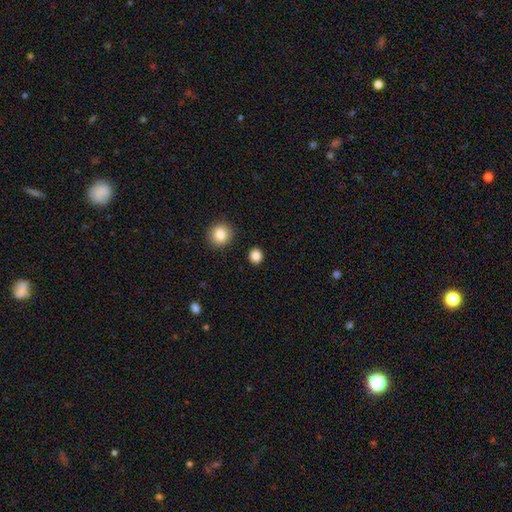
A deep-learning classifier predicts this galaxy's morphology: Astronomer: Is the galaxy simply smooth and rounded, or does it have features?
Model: smooth — 85%.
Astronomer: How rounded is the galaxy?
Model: round — 86%.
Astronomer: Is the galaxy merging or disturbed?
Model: none — 91%.